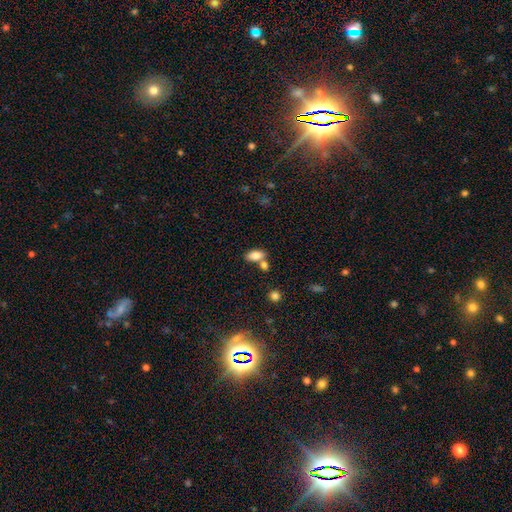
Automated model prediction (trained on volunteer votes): This is clearly a smooth galaxy (82%). How rounded: clearly in between (90%). Merging: possibly none (54%).